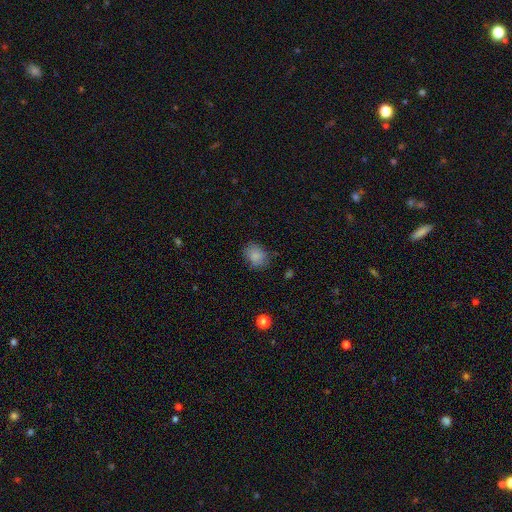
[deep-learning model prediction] A smooth galaxy with no disk features (84%) that is in between round and cigar-shaped (55%).

Vote fractions:
- Smooth or featured? smooth: 84% / star or artifact: 9% / featured or disk: 6%
- How rounded? in between: 55% / round: 44% / cigar-shaped: 1%
- Merging? none: 76% / minor disturbance: 18% / major disturbance: 5% / merger: 1%